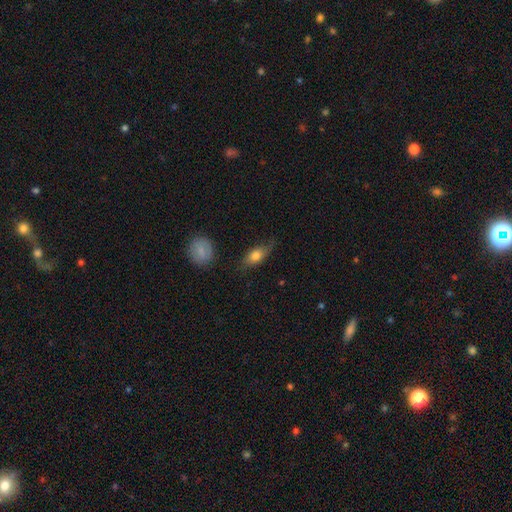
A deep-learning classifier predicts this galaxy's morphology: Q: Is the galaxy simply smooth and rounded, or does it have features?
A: smooth — 69%.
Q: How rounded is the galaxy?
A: in between — 76%.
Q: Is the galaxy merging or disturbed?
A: none — 64%.